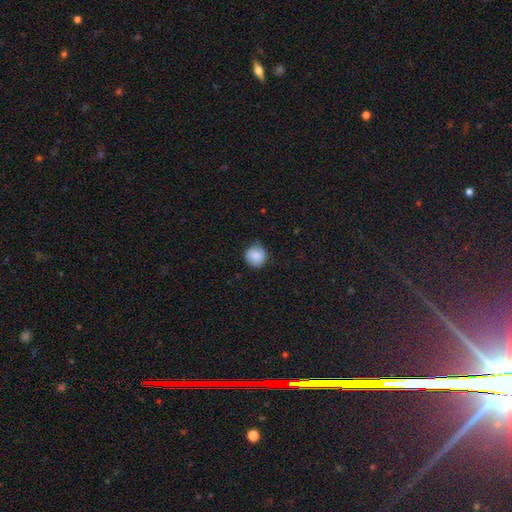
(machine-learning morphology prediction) smooth-or-featured: smooth: 84% | star or artifact: 8% | featured or disk: 8%
  how-rounded: round: 91% | in between: 8% | cigar-shaped: 1%
  merging: none: 77% | minor disturbance: 18% | major disturbance: 4% | merger: 1%